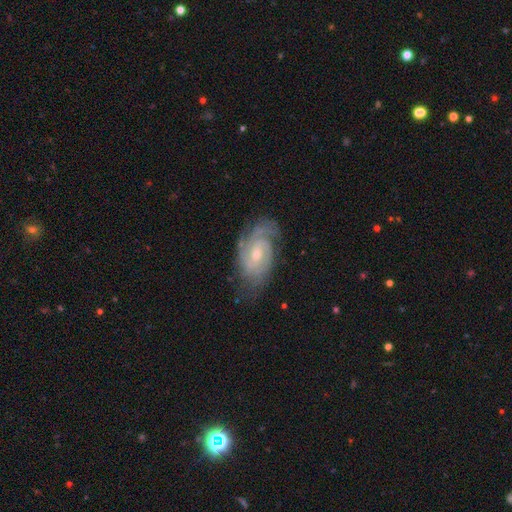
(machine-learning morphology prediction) featured or disk 87%, smooth 8%, star or artifact 5%. Down the decision tree: edge-on disk — no (96%); bar — no (50%); spiral arms — yes (97%); spiral arm count — 2 (37%); spiral winding — tight (64%); bulge size — moderate (49%); merging — none (72%).